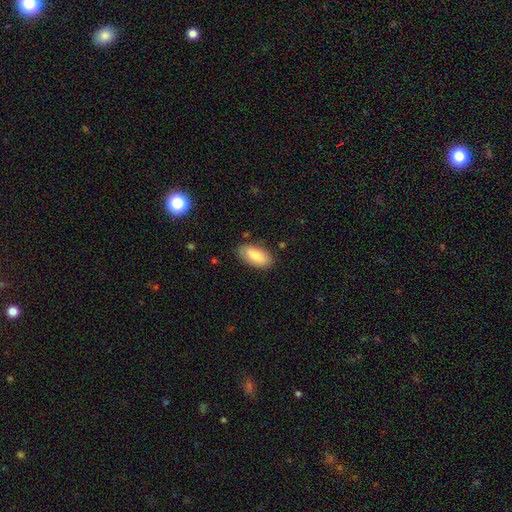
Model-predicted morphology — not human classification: Smooth or featured?
  - smooth: 85% *
  - featured or disk: 9%
  - star or artifact: 6%
How rounded?
  - in between: 91% *
  - cigar-shaped: 7%
  - round: 2%
Merging?
  - none: 81% *
  - minor disturbance: 14%
  - major disturbance: 3%
  - merger: 2%